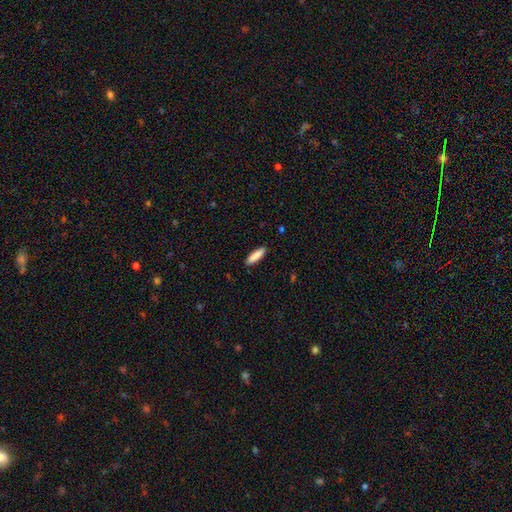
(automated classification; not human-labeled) Smooth or featured?
  - smooth: 88% *
  - featured or disk: 6%
  - star or artifact: 6%
How rounded?
  - cigar-shaped: 65% *
  - in between: 34%
  - round: 1%
Merging?
  - none: 90% *
  - minor disturbance: 7%
  - major disturbance: 2%
  - merger: 1%